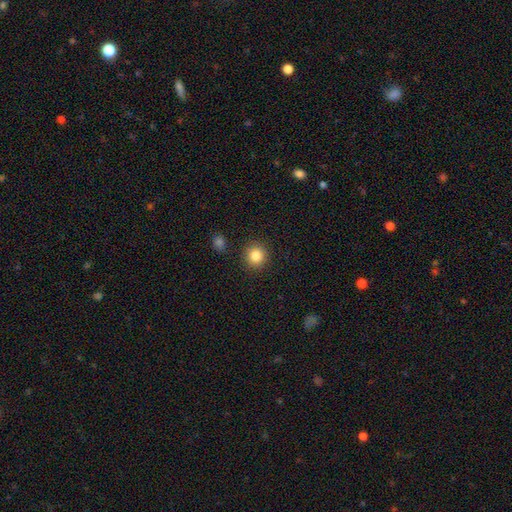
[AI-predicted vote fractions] smooth 85%, star or artifact 10%, featured or disk 5%. Down the decision tree: how rounded — round (90%); merging — none (89%).